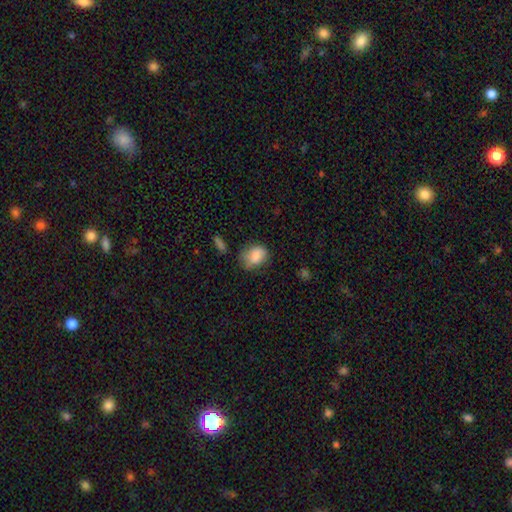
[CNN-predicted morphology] smooth 82%, featured or disk 10%, star or artifact 8%. Down the decision tree: how rounded — in between (63%); merging — none (59%).